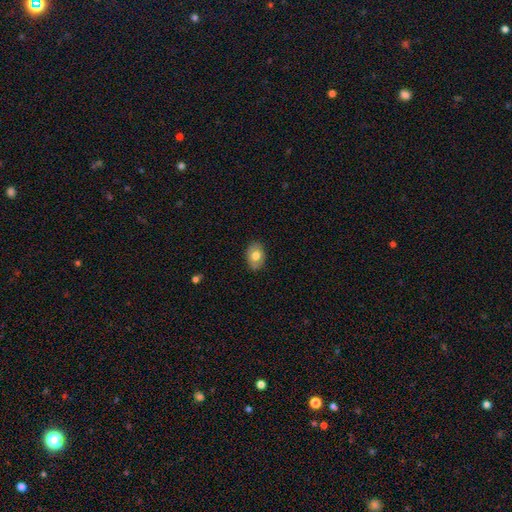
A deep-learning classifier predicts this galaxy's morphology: Q: Smooth or featured?
A: smooth (71%); runner-up: featured or disk (21%)
Q: How rounded?
A: in between (73%); runner-up: round (26%)
Q: Merging?
A: none (83%); runner-up: minor disturbance (13%)